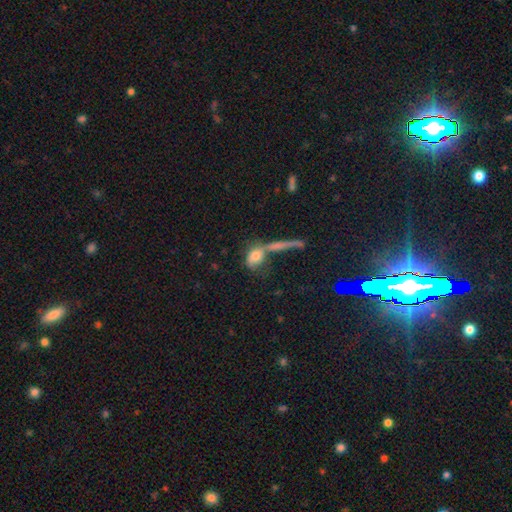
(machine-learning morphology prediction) Overall: smooth (68%). How rounded: in between (61%; round 26%). Merging: none (37%, tied with merger).